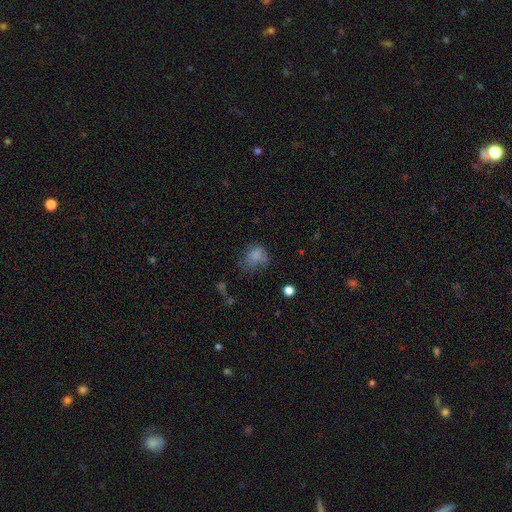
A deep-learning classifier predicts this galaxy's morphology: Smooth or featured?
  - smooth: 69% *
  - featured or disk: 16%
  - star or artifact: 15%
How rounded?
  - in between: 58% *
  - round: 40%
  - cigar-shaped: 1%
Merging?
  - none: 41% *
  - minor disturbance: 27%
  - major disturbance: 26%
  - merger: 7%